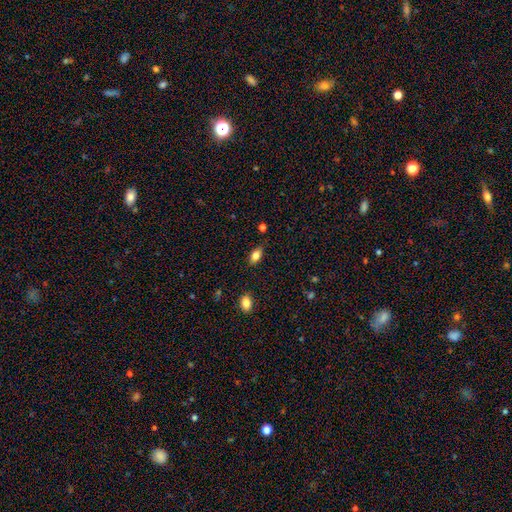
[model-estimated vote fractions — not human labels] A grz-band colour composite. It shows a smooth galaxy with no disk features (79%) that is in between round and cigar-shaped (87%). Merging: none (82%).